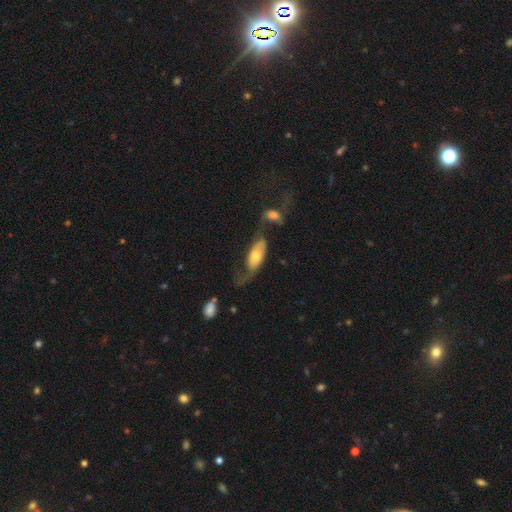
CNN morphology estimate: This is possibly a smooth galaxy (47%, tied with featured or disk). Merging: marginally major disturbance (30%).